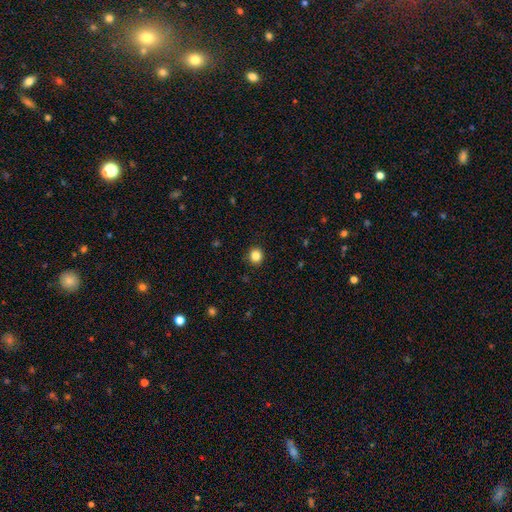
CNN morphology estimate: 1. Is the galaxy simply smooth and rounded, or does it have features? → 85% smooth, 11% star or artifact, 4% featured or disk.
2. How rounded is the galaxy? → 88% round, 11% in between, 1% cigar-shaped.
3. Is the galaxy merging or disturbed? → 92% none, 6% minor disturbance, 2% major disturbance, 1% merger.